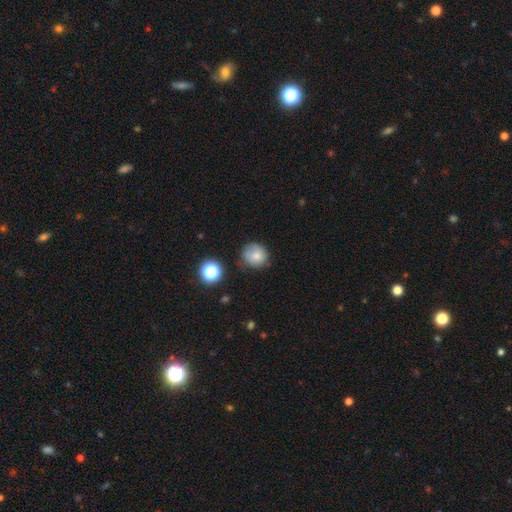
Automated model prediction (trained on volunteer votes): This appears to be a smooth galaxy with no disk features (74%) that is round (85%). Merging: none (64%).